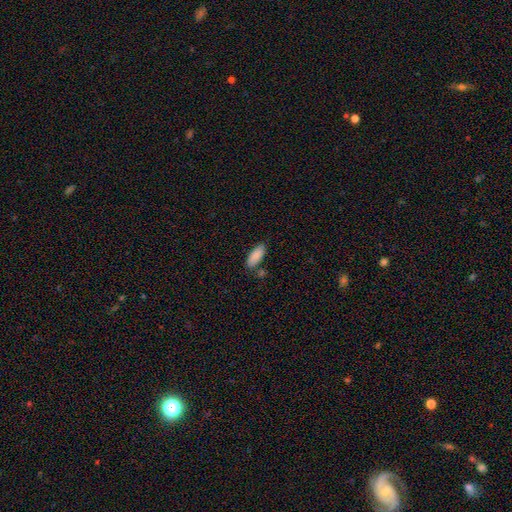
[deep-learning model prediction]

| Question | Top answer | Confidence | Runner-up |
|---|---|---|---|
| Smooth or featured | smooth | 87% | featured or disk (6%) |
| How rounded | in between | 81% | cigar-shaped (18%) |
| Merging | none | 75% | minor disturbance (14%) |